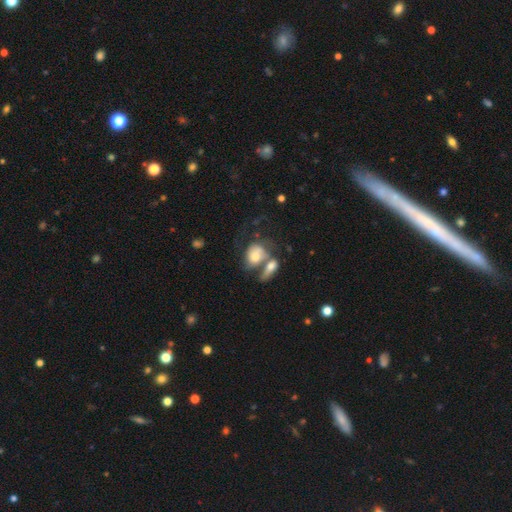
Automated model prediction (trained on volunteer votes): smooth-or-featured: smooth: 57% | featured or disk: 35% | star or artifact: 8%
  how-rounded: in between: 70% | round: 27% | cigar-shaped: 3%
  merging: merger: 61% | none: 17% | major disturbance: 12% | minor disturbance: 10%